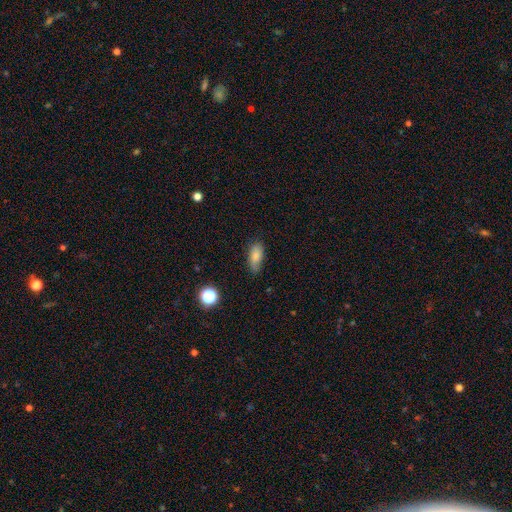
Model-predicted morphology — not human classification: Overall: smooth (81%). How rounded: in between (85%). Merging: none (72%).